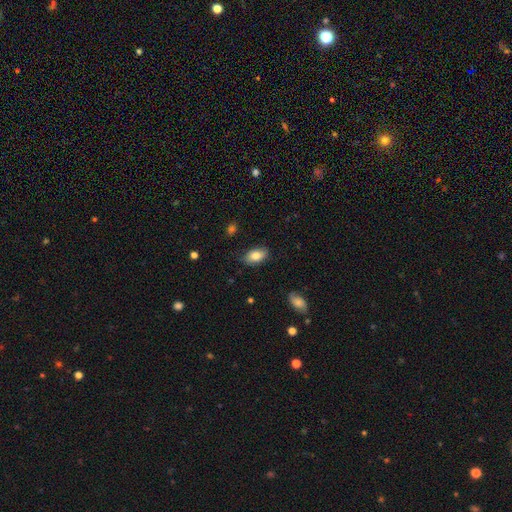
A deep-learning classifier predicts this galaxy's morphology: This appears to be a smooth galaxy with no disk features (83%) that is in between round and cigar-shaped (92%). Merging: none (82%).